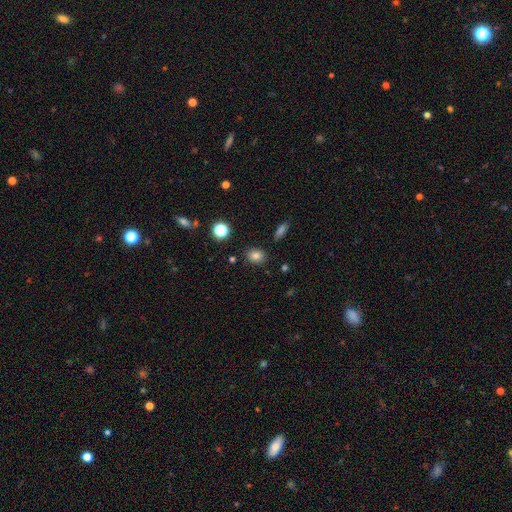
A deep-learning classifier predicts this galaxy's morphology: Overall: smooth (80%). How rounded: in between (53%; round 46%). Merging: none (84%).